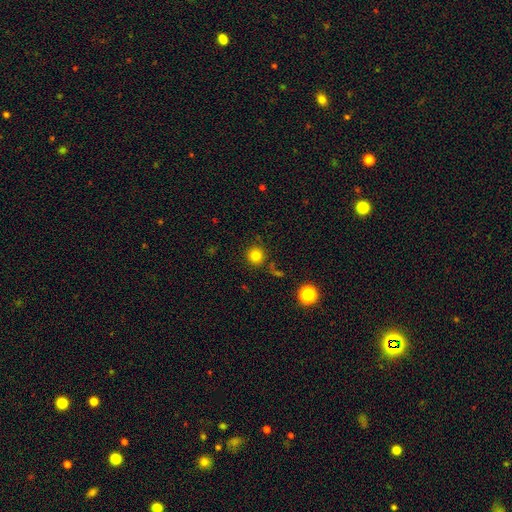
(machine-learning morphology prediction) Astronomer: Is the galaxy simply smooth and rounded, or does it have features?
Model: smooth — 80%.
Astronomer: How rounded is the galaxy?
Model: round — 94%.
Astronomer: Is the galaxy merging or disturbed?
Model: none — 85%.